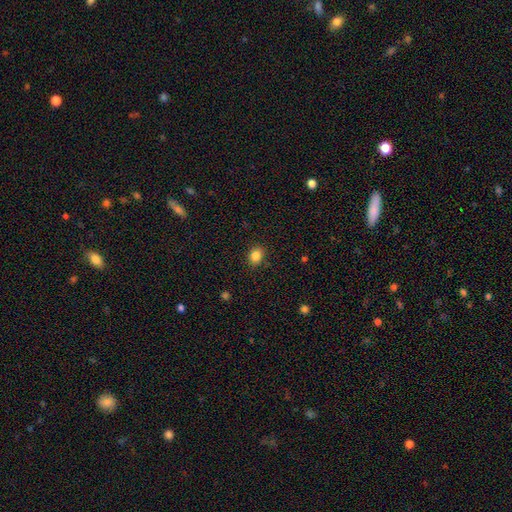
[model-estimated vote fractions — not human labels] This appears to be a smooth galaxy with no disk features (84%) that is round (55%). Merging: none (88%).